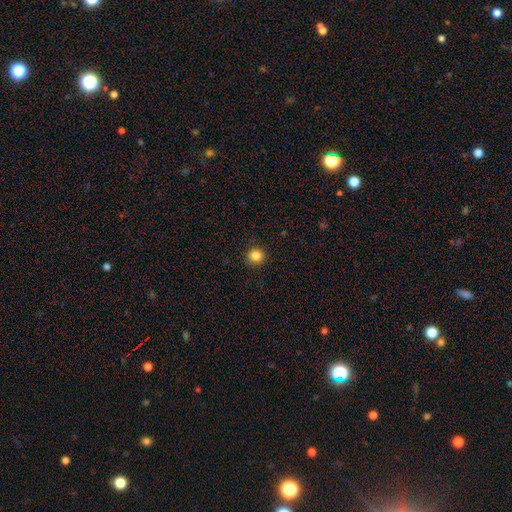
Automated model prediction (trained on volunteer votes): The model was most divided on "smooth or featured": smooth: 85%, star or artifact: 11%, featured or disk: 4%. More confident: how rounded — round (94%); merging — none (92%).